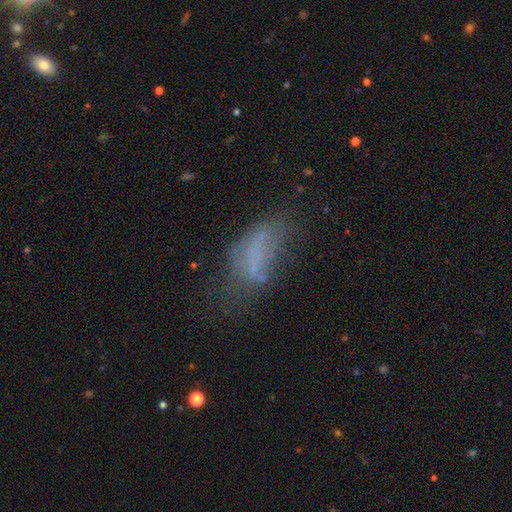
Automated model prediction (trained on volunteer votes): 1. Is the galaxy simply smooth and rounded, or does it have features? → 50% smooth, 32% featured or disk, 18% star or artifact.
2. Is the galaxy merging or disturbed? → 35% none, 33% major disturbance, 27% minor disturbance, 5% merger.